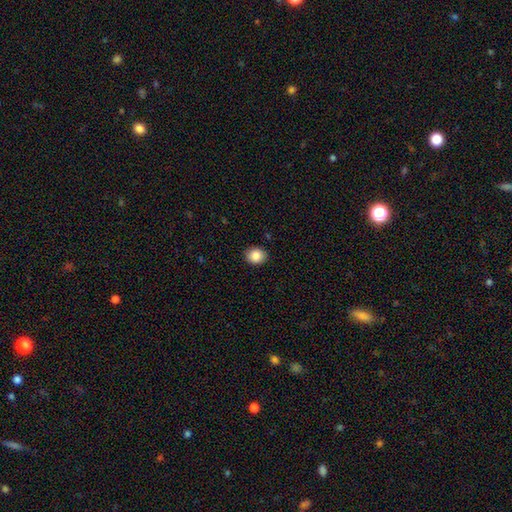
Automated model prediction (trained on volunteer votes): Smooth or featured: smooth — 86% (star or artifact — 9%)
How rounded: round — 67% (in between — 33%)
Merging: none — 90% (minor disturbance — 7%)